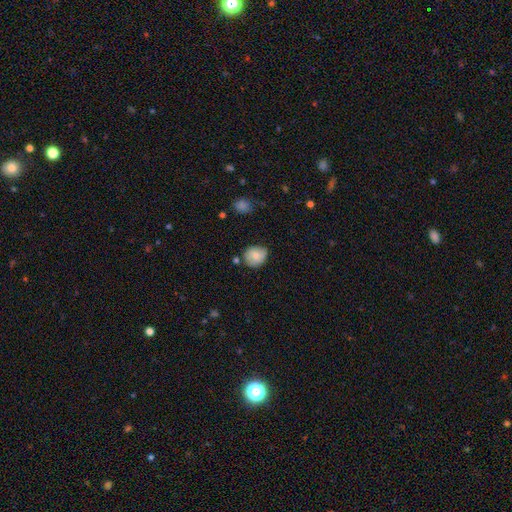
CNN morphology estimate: Smooth or featured: smooth — 79% (featured or disk — 13%)
How rounded: round — 71% (in between — 28%)
Merging: none — 72% (minor disturbance — 20%)